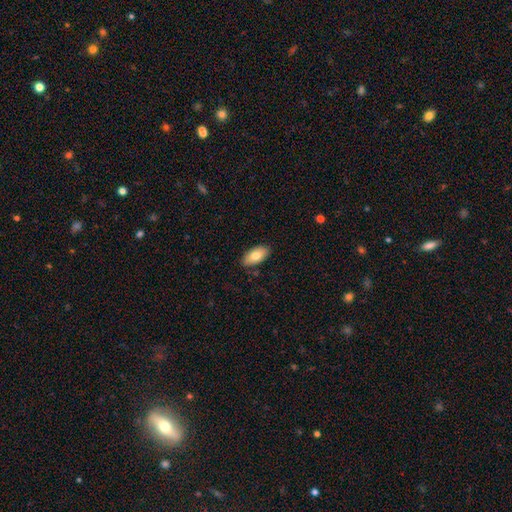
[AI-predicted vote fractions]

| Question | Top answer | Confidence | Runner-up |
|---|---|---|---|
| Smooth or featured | smooth | 78% | featured or disk (16%) |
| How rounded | in between | 93% | cigar-shaped (4%) |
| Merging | none | 87% | minor disturbance (10%) |